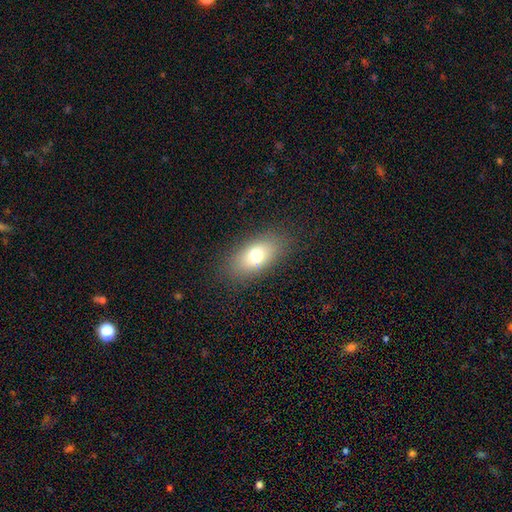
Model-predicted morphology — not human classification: Smooth or featured? Predicted: smooth (p=0.73). How rounded? Predicted: in between (p=0.86). Merging? Predicted: none (p=0.84).